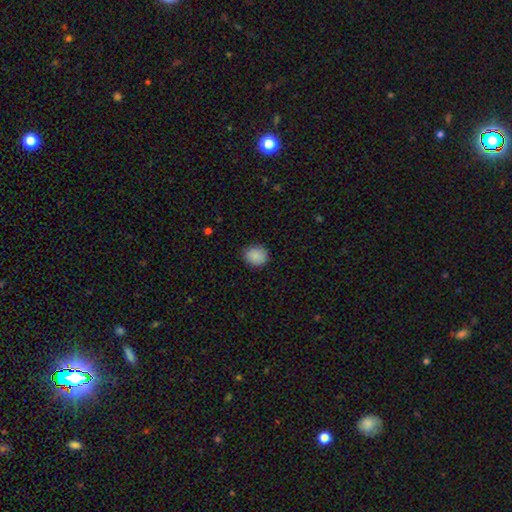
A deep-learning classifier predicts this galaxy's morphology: smooth-or-featured: smooth: 88% | star or artifact: 8% | featured or disk: 4%
  how-rounded: round: 77% | in between: 22% | cigar-shaped: 1%
  merging: none: 87% | minor disturbance: 10% | major disturbance: 2% | merger: 1%